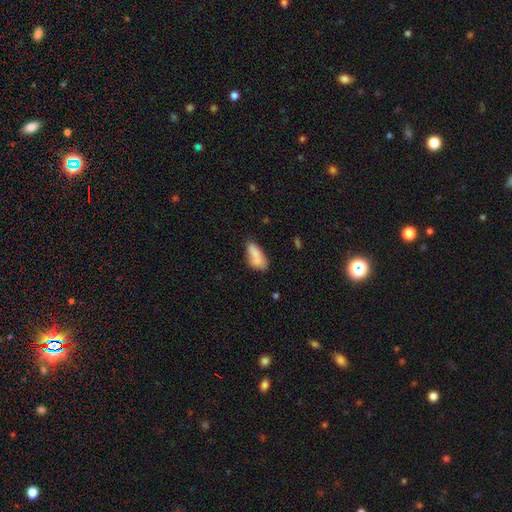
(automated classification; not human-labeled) The model was most divided on "merging": none: 48%, minor disturbance: 28%, merger: 14%, major disturbance: 10%. More confident: how rounded — in between (82%); smooth or featured — smooth (80%).